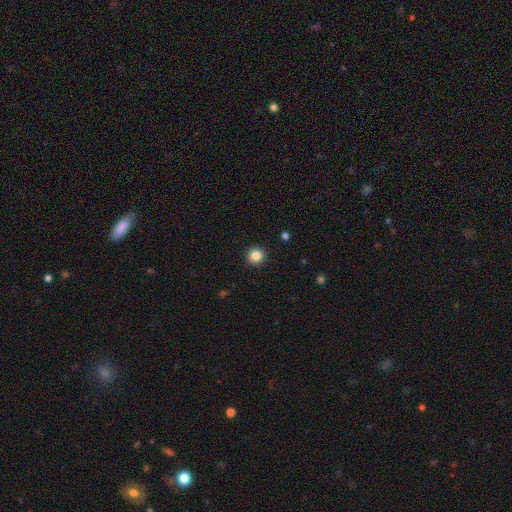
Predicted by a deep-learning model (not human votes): Overall: smooth (85%). How rounded: round (95%). Merging: none (93%).